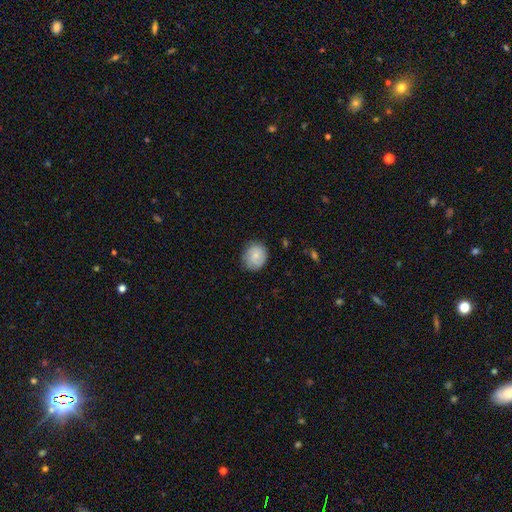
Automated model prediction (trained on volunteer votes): Smooth or featured? Predicted: smooth (p=0.73). How rounded? Predicted: round (p=0.73). Merging? Predicted: none (p=0.76).